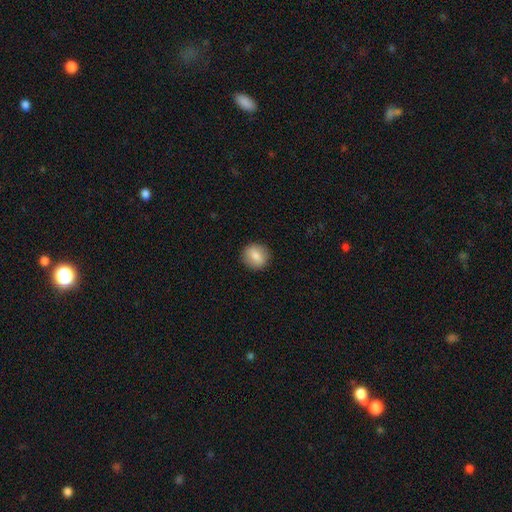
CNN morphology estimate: smooth_or_featured: smooth (p=0.78) [alt: featured or disk p=0.14]
how_rounded: round (p=0.81) [alt: in between p=0.18]
merging: none (p=0.89) [alt: minor disturbance p=0.07]